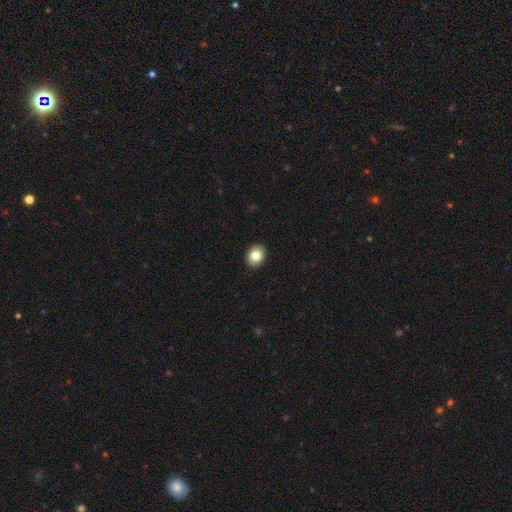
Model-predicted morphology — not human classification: smooth-or-featured: smooth: 82% | featured or disk: 9% | star or artifact: 9%
  how-rounded: in between: 54% | round: 45% | cigar-shaped: 1%
  merging: none: 92% | minor disturbance: 6% | major disturbance: 1% | merger: 1%